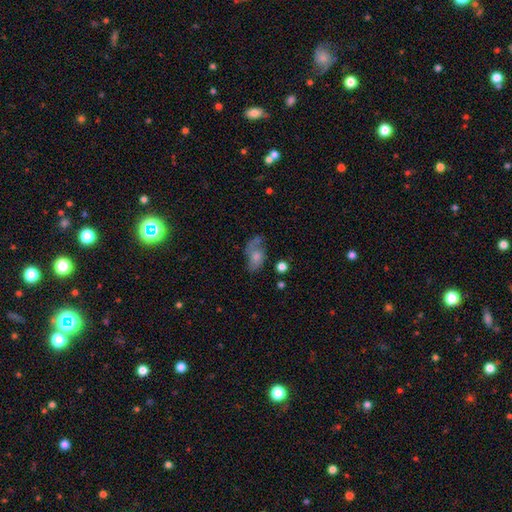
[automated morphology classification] Smooth or featured? Predicted: smooth (p=0.56). How rounded? Predicted: in between (p=0.86). Merging? Predicted: none (p=0.36).